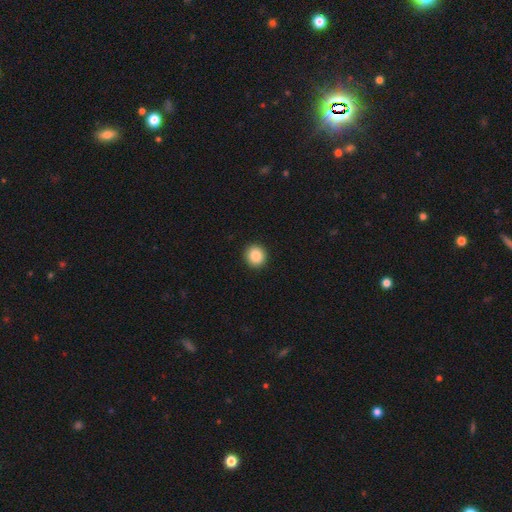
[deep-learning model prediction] Smooth or featured? smooth (87%)
How rounded? round (90%)
Merging? none (93%)